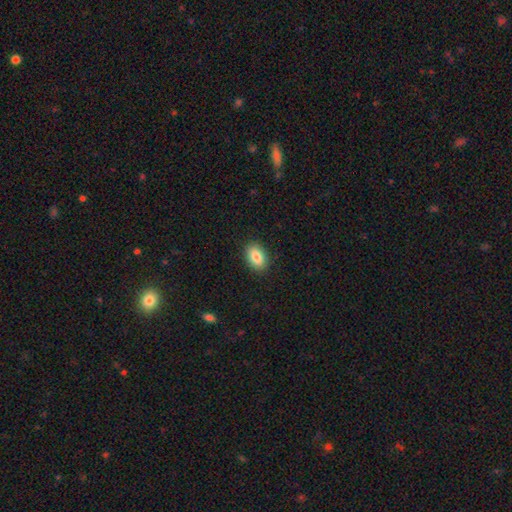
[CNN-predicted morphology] This is clearly a smooth galaxy (85%). How rounded: clearly in between (88%). Merging: clearly none (89%).